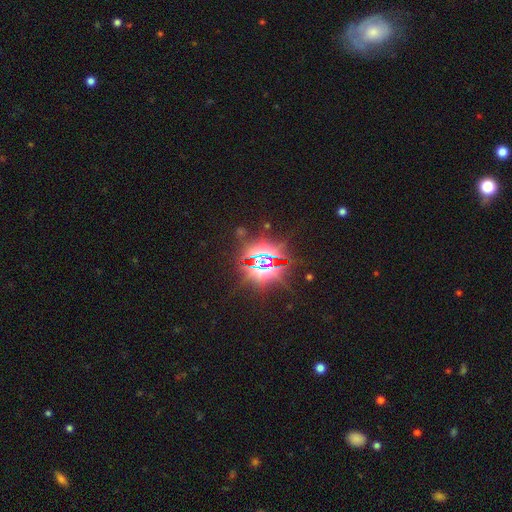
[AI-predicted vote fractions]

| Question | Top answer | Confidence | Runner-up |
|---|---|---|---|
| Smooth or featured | star or artifact | 85% | smooth (8%) |